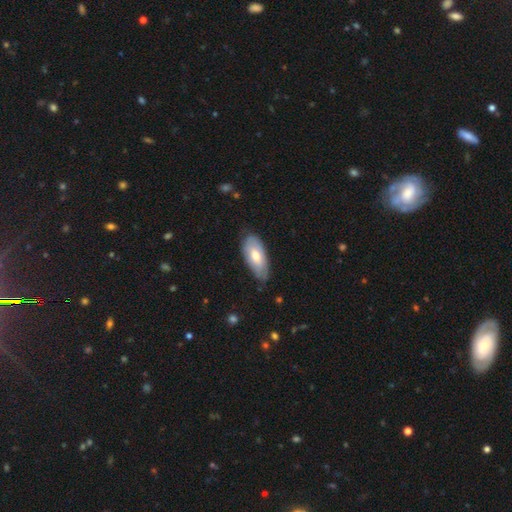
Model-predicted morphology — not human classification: Smooth or featured? Predicted: smooth (p=0.62). How rounded? Predicted: in between (p=0.90). Merging? Predicted: none (p=0.68).